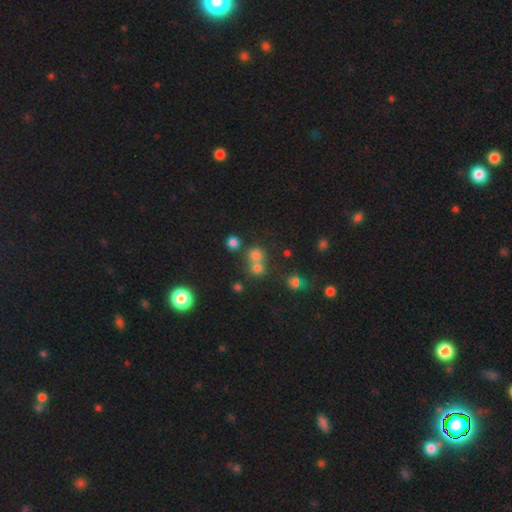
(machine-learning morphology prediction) Q: Smooth or featured?
A: smooth (70%); runner-up: star or artifact (21%)
Q: How rounded?
A: round (87%); runner-up: in between (12%)
Q: Merging?
A: none (52%); runner-up: merger (38%)